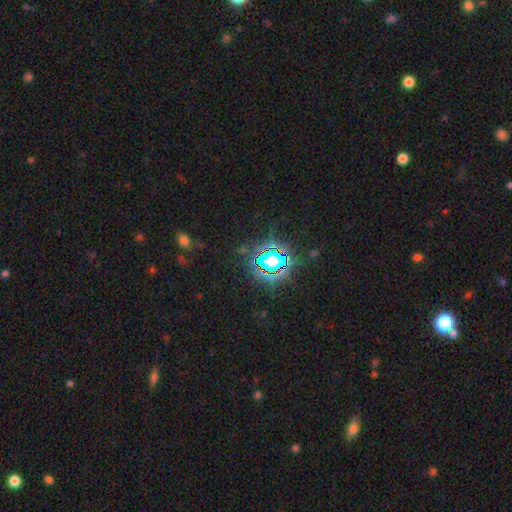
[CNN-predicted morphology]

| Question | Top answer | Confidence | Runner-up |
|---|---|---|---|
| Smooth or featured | star or artifact | 82% | smooth (11%) |